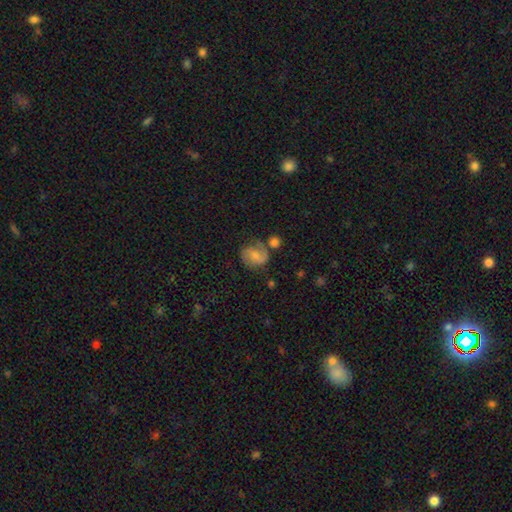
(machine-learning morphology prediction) This appears to be a featured or disk galaxy (51%) with no bar (54%), spiral arms (86%) and a small central bulge (47%). Merging: none (54%).